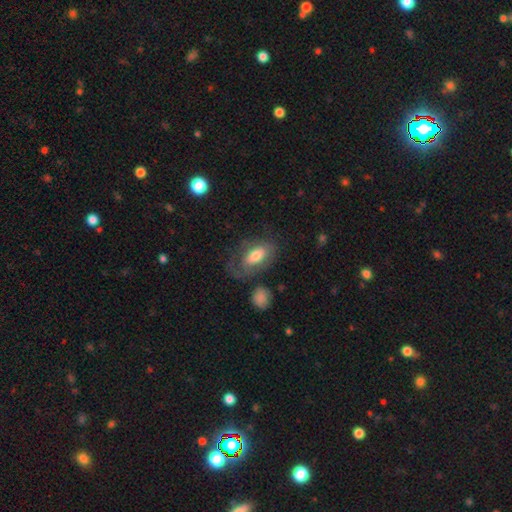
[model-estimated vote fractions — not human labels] Overall: smooth (55%; featured or disk 38%). How rounded: in between (89%). Merging: none (49%; major disturbance 25%).